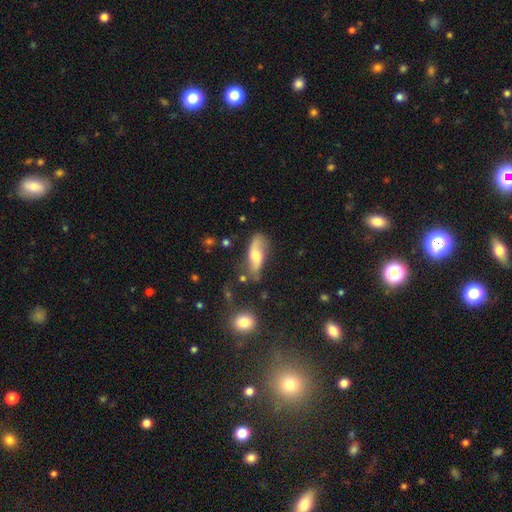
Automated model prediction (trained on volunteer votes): Smooth or featured?
  - featured or disk: 47% *
  - smooth: 45%
  - star or artifact: 8%
Merging?
  - none: 58% *
  - minor disturbance: 25%
  - major disturbance: 11%
  - merger: 6%